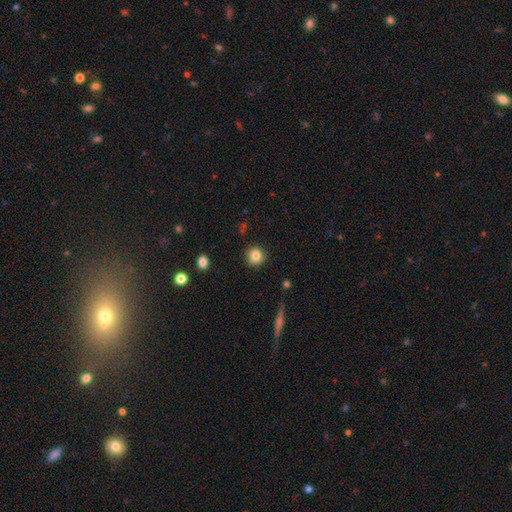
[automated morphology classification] Q: Smooth or featured?
A: smooth (84%); runner-up: star or artifact (10%)
Q: How rounded?
A: round (90%); runner-up: in between (9%)
Q: Merging?
A: none (85%); runner-up: minor disturbance (11%)